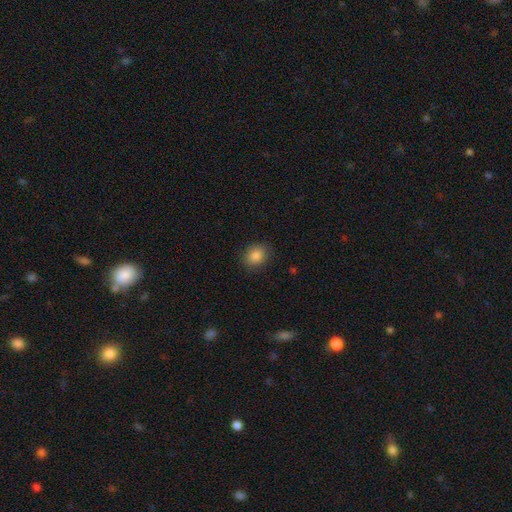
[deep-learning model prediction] smooth 86%, star or artifact 10%, featured or disk 4%. Down the decision tree: how rounded — round (54%); merging — none (88%).